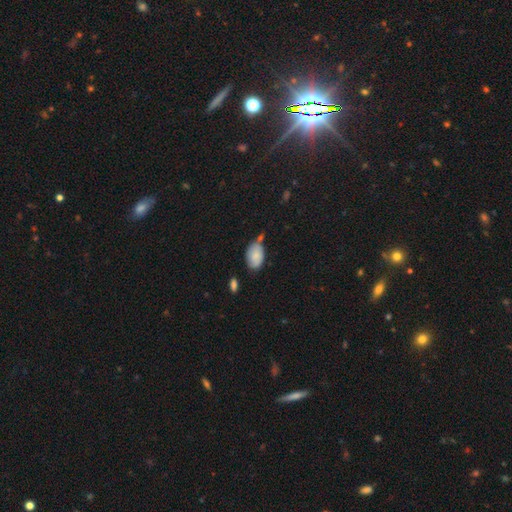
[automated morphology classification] Q: Smooth or featured?
A: smooth (80%); runner-up: featured or disk (13%)
Q: How rounded?
A: in between (92%); runner-up: round (7%)
Q: Merging?
A: none (50%); runner-up: minor disturbance (29%)